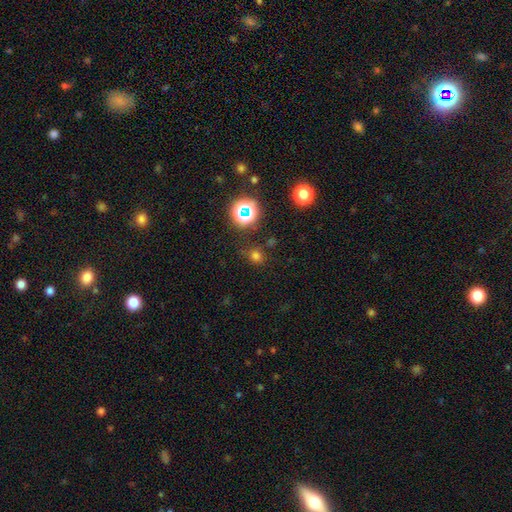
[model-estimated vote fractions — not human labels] A smooth galaxy with no disk features (65%) that is round (82%). Merging: none (77%).